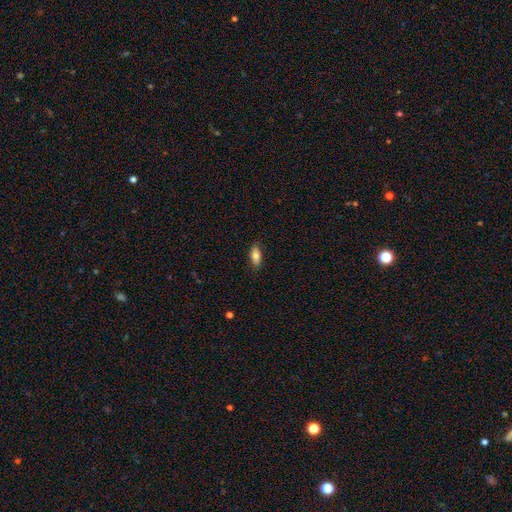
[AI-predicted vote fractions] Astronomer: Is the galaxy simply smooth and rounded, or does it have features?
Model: smooth — 78%.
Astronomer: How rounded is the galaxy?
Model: in between — 85%.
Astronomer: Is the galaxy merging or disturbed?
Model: none — 83%.